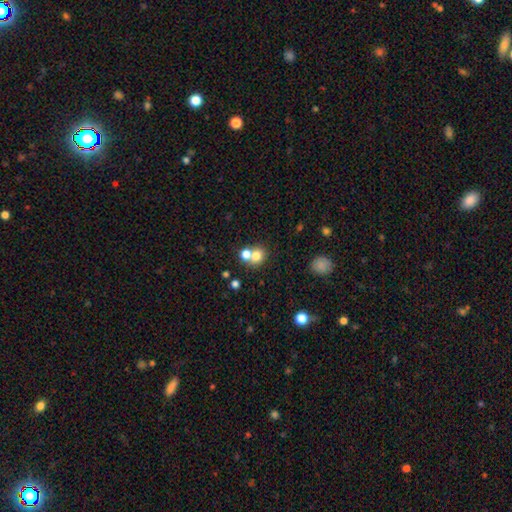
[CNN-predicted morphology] Overall: smooth (74%). How rounded: round (77%). Merging: merger (45%, tied with none).